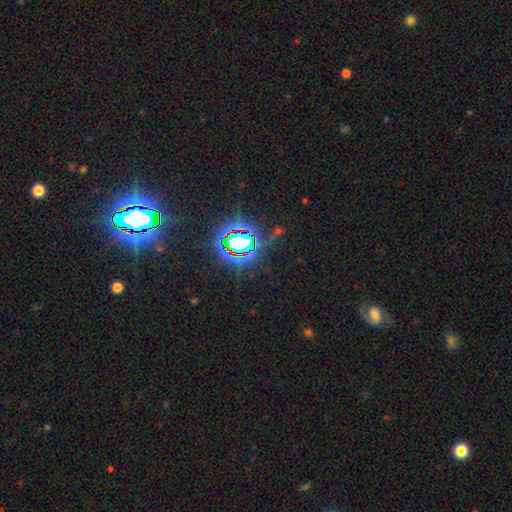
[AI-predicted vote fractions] Smooth or featured? star or artifact (82%)